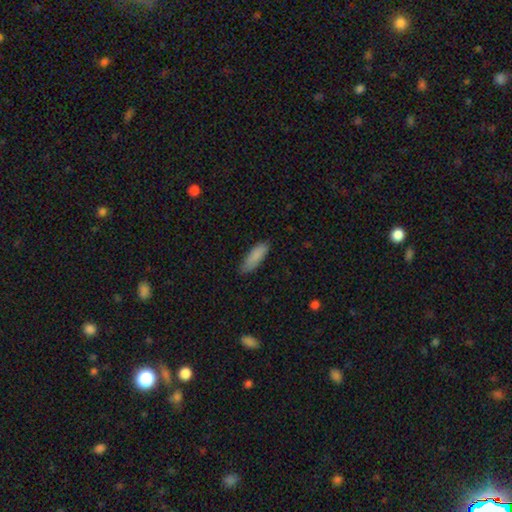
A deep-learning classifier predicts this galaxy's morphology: smooth_or_featured: smooth (p=0.86) [alt: featured or disk p=0.07]
how_rounded: in between (p=0.53) [alt: cigar-shaped p=0.45]
merging: none (p=0.78) [alt: minor disturbance p=0.18]